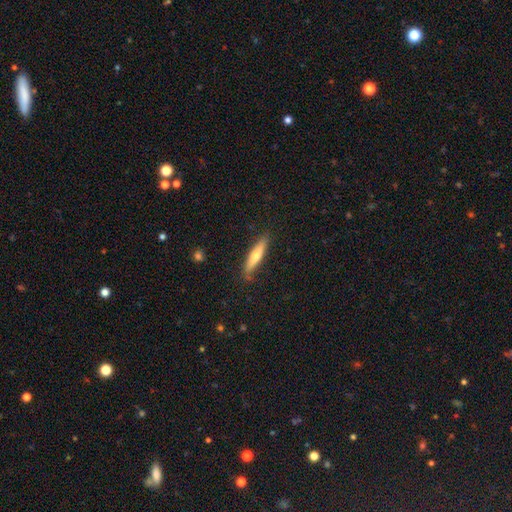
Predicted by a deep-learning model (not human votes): Overall: smooth (51%; featured or disk 43%). How rounded: cigar-shaped (87%). Merging: none (84%).